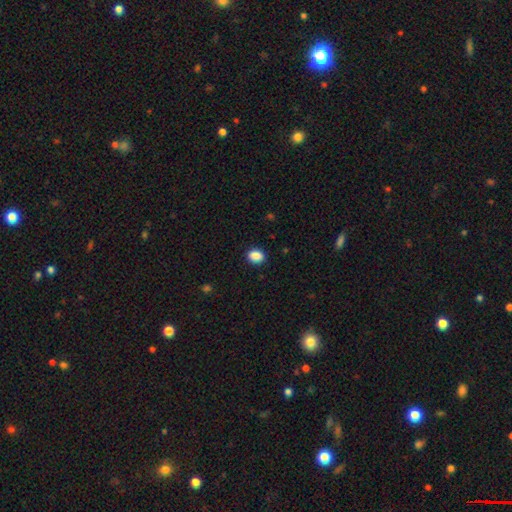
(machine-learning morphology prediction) smooth-or-featured: smooth: 88% | star or artifact: 9% | featured or disk: 3%
  how-rounded: in between: 63% | round: 36% | cigar-shaped: 1%
  merging: none: 88% | minor disturbance: 8% | major disturbance: 2% | merger: 1%